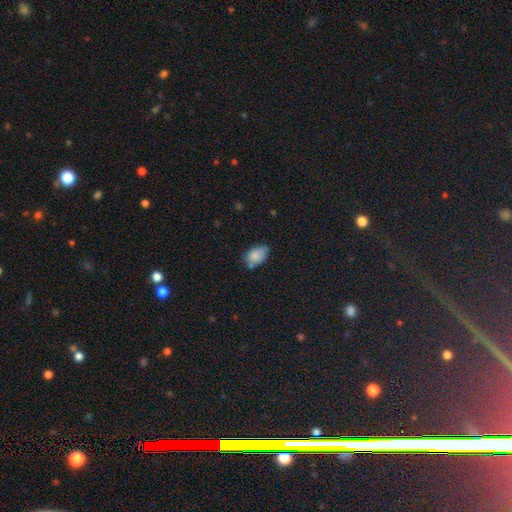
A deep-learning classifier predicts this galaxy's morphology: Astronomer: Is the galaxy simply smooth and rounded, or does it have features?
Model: smooth — 81%.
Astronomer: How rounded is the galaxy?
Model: in between — 84%.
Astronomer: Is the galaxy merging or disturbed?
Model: none — 50% (runner-up: minor disturbance, 33%).